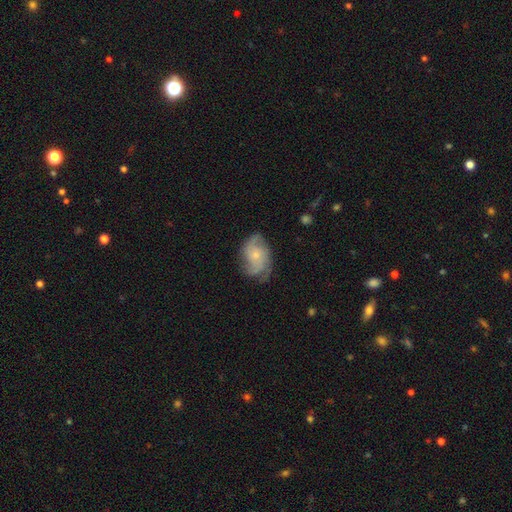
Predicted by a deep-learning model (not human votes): A featured or disk galaxy (73%) with no bar (75%), 2 (33%) medium (45%) spiral arms (93%) and a small central bulge (66%).

Vote fractions:
- Smooth or featured? featured or disk: 73% / smooth: 21% / star or artifact: 6%
- Edge-on disk? no: 97% / yes: 3%
- Bar? no: 75% / weak: 22% / strong: 3%
- Spiral arms? yes: 93% / no: 7%
- Spiral winding? medium: 45% / tight: 32% / loose: 23%
- Spiral arm count? 2: 33% / 3: 31% / can't tell: 19% / 4: 7% / 1: 5% / more than 4: 4%
- Bulge size? small: 66% / moderate: 26% / none: 4% / large: 2% / dominant: 1%
- Merging? none: 63% / minor disturbance: 25% / major disturbance: 11% / merger: 1%